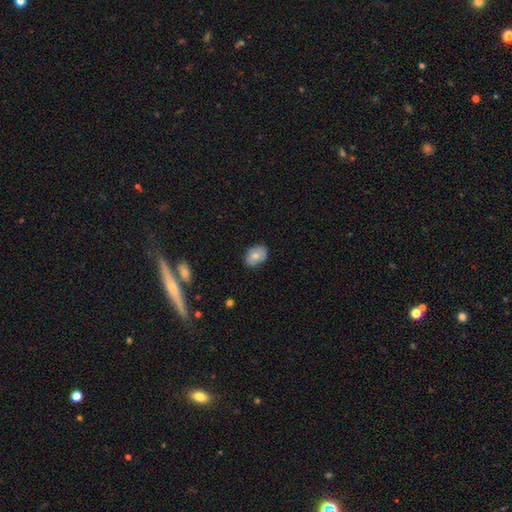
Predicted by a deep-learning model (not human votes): Overall: smooth (74%). How rounded: in between (78%). Merging: none (78%).